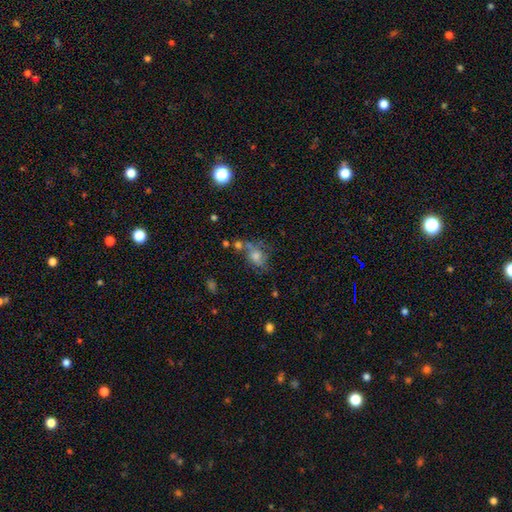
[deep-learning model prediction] Smooth or featured: smooth — 43% (featured or disk — 35%)
Merging: none — 46% (minor disturbance — 21%)